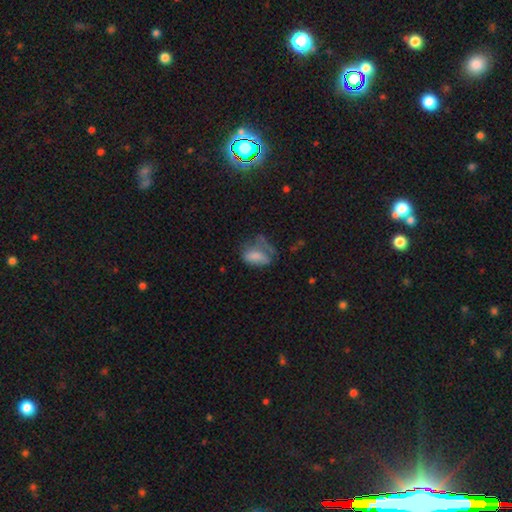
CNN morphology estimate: Smooth or featured? smooth (66%)
How rounded? in between (87%)
Merging? major disturbance (44%)